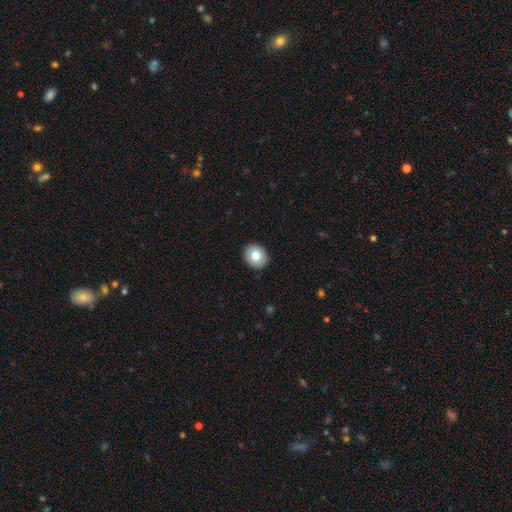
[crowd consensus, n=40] Q: Smooth or featured?
A: smooth (85%); runner-up: featured or disk (12%)
Q: How rounded?
A: round (59%); runner-up: in between (41%)
Q: Merging?
A: none (90%); runner-up: minor disturbance (10%)